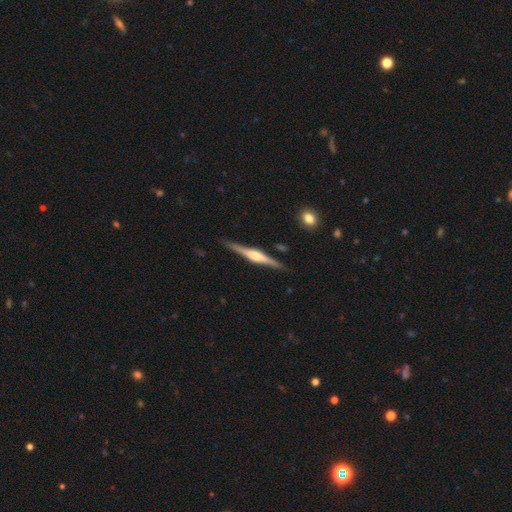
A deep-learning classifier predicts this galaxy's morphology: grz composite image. It shows a featured or disk galaxy (81%) viewed edge-on (98%) with a rounded central bulge (79%). Merging: none (89%).